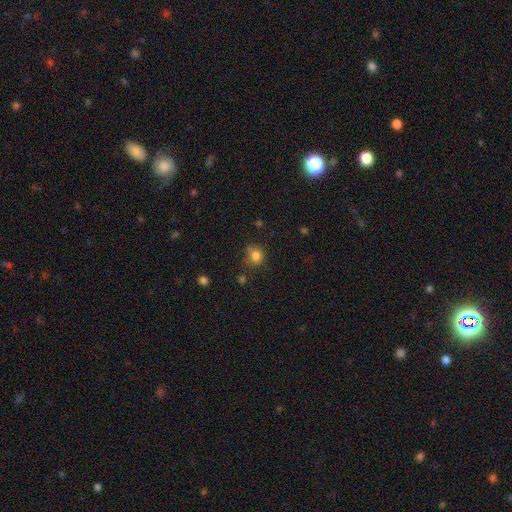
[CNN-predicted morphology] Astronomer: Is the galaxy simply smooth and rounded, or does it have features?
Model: smooth — 81%.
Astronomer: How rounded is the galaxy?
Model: round — 68%.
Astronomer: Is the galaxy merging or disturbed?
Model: none — 63%.